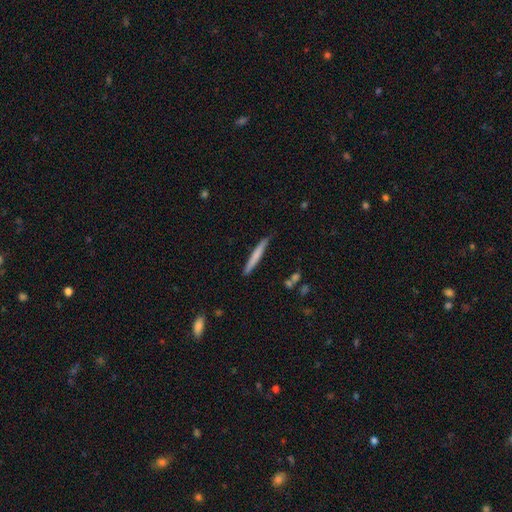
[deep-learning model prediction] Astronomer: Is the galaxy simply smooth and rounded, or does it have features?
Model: smooth — 64%.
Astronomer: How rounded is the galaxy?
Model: cigar-shaped — 96%.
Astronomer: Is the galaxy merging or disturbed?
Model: none — 87%.